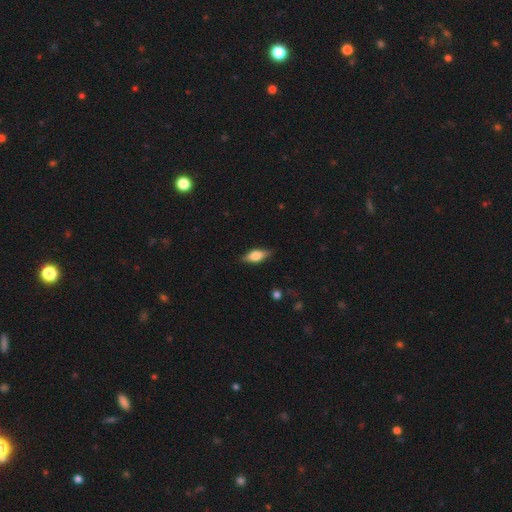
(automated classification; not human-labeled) smooth_or_featured: smooth (p=0.68) [alt: featured or disk p=0.25]
how_rounded: in between (p=0.78) [alt: cigar-shaped p=0.18]
merging: none (p=0.84) [alt: minor disturbance p=0.13]